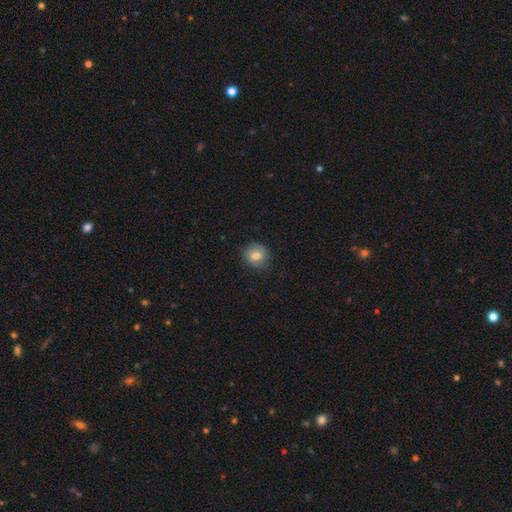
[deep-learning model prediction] smooth 78%, featured or disk 12%, star or artifact 9%. Down the decision tree: how rounded — round (83%); merging — none (79%).